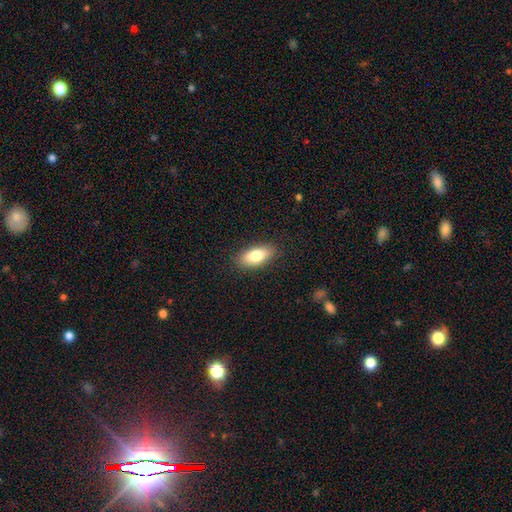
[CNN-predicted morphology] The model was most divided on "smooth or featured": smooth: 79%, featured or disk: 14%, star or artifact: 7%. More confident: merging — none (87%); how rounded — in between (85%).